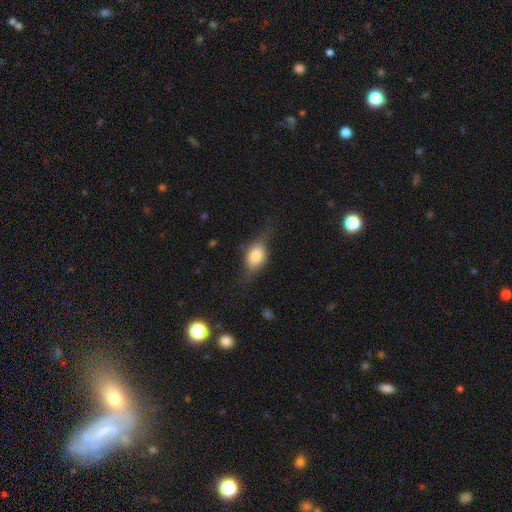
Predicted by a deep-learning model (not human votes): Smooth or featured? Predicted: smooth (p=0.59). How rounded? Predicted: in between (p=0.69). Merging? Predicted: none (p=0.58).